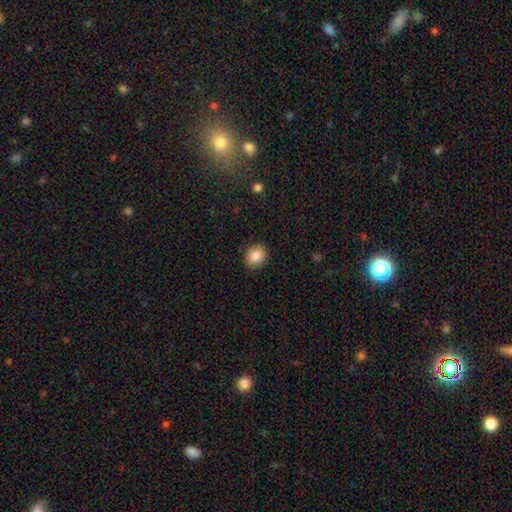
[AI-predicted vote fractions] A smooth galaxy with no disk features (85%) that is round (62%).

Vote fractions:
- Smooth or featured? smooth: 85% / star or artifact: 9% / featured or disk: 6%
- How rounded? round: 62% / in between: 37% / cigar-shaped: 1%
- Merging? none: 90% / minor disturbance: 7% / major disturbance: 2% / merger: 1%